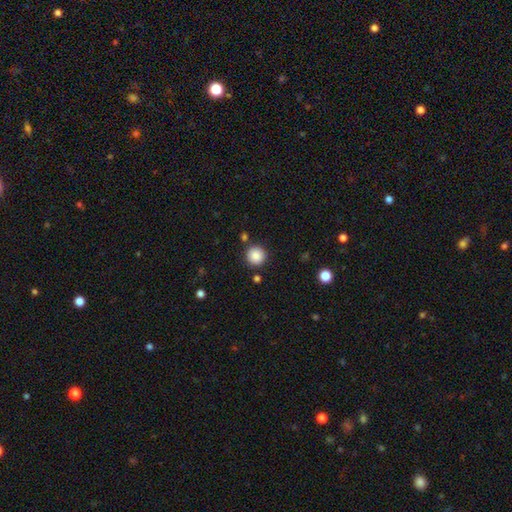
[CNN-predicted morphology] A smooth galaxy with no disk features (87%) that is round (95%). Merging: none (87%).